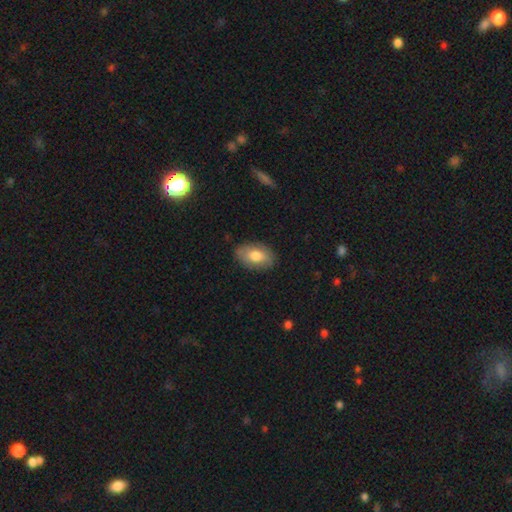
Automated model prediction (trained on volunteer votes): Overall: smooth (75%). How rounded: in between (91%). Merging: none (82%).